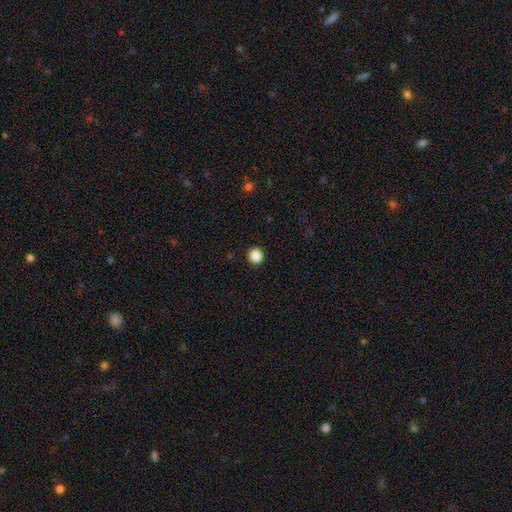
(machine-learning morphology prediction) This appears to be a smooth galaxy with no disk features (87%) that is round (93%). Merging: none (93%).